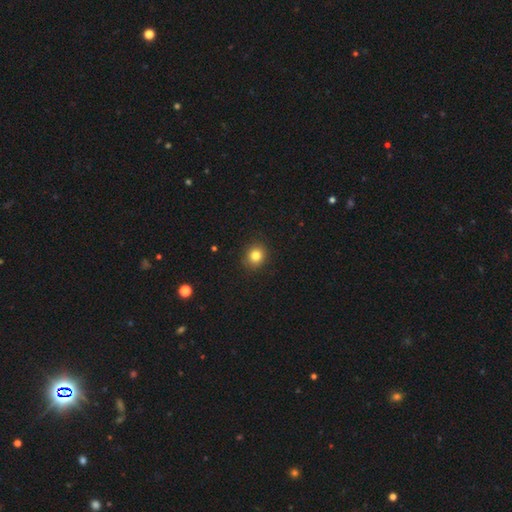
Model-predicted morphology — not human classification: Smooth or featured: smooth — 82% (star or artifact — 12%)
How rounded: round — 82% (in between — 17%)
Merging: none — 90% (minor disturbance — 7%)